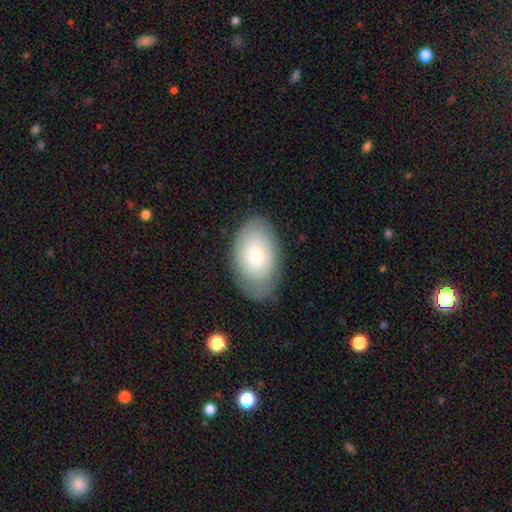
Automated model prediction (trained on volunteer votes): This is likely a smooth galaxy (63%). How rounded: clearly in between (91%). Merging: likely none (75%).